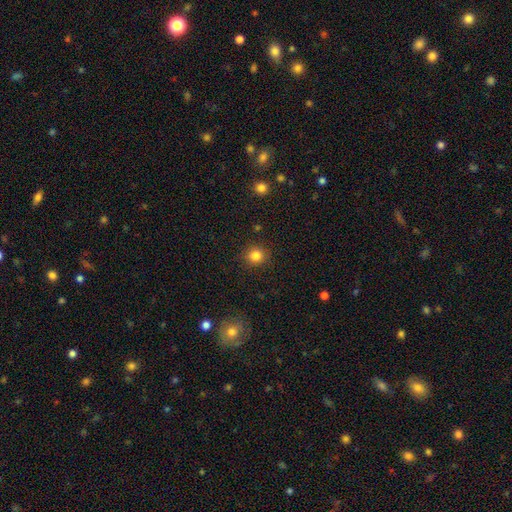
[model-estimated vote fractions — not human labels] Smooth or featured: smooth — 84% (star or artifact — 12%)
How rounded: round — 90% (in between — 10%)
Merging: none — 89% (minor disturbance — 7%)